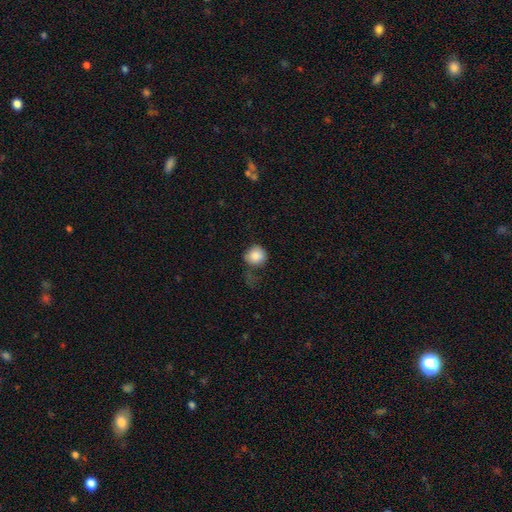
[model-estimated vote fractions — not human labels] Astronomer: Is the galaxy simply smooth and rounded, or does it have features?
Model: smooth — 85%.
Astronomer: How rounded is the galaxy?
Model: round — 87%.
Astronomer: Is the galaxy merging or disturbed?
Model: none — 53%.